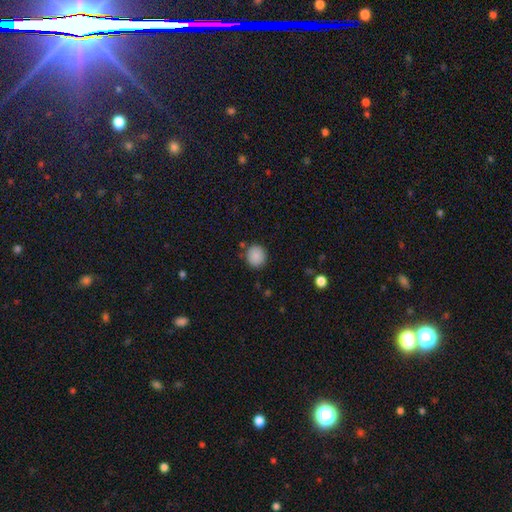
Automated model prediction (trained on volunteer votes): Smooth or featured? Predicted: smooth (p=0.88). How rounded? Predicted: round (p=0.87). Merging? Predicted: none (p=0.85).